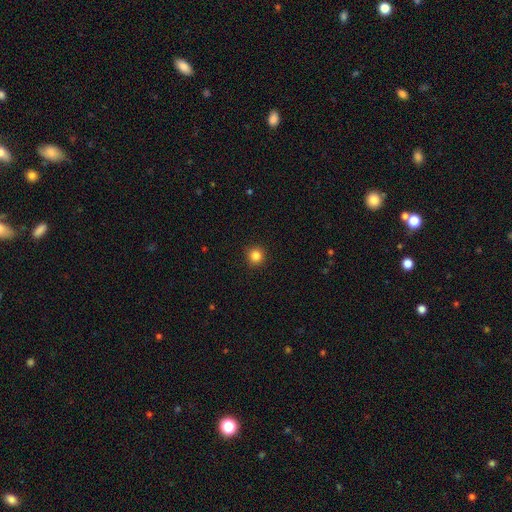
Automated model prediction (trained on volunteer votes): smooth-or-featured: smooth: 84% | star or artifact: 12% | featured or disk: 4%
  how-rounded: round: 94% | in between: 5% | cigar-shaped: 1%
  merging: none: 92% | minor disturbance: 5% | major disturbance: 2% | merger: 1%